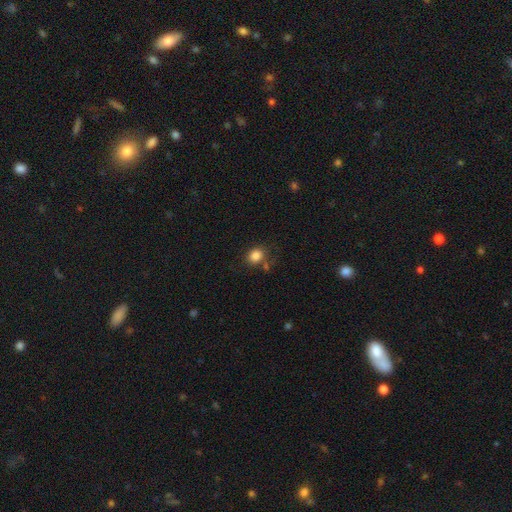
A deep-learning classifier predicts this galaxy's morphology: smooth_or_featured: smooth (p=0.84) [alt: star or artifact p=0.11]
how_rounded: round (p=0.60) [alt: in between p=0.39]
merging: none (p=0.71) [alt: minor disturbance p=0.15]